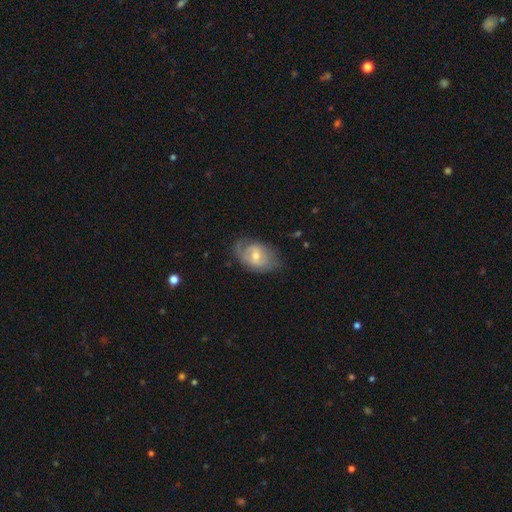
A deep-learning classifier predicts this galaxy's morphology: Q: Smooth or featured?
A: featured or disk (62%); runner-up: smooth (31%)
Q: Edge-on disk?
A: no (94%); runner-up: yes (6%)
Q: Bar?
A: weak (49%); runner-up: no (40%)
Q: Spiral arms?
A: yes (77%); runner-up: no (23%)
Q: Bulge size?
A: moderate (55%); runner-up: small (39%)
Q: Merging?
A: none (64%); runner-up: minor disturbance (25%)